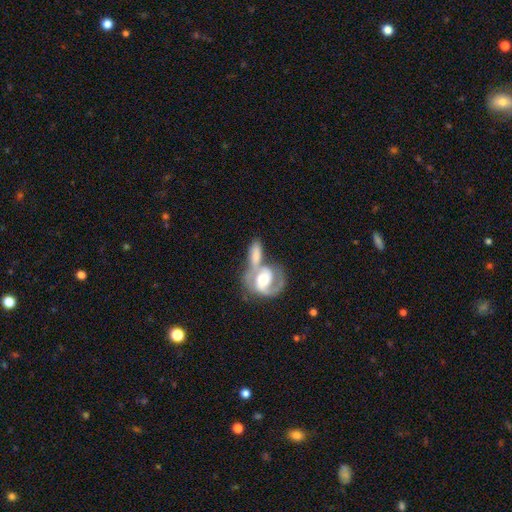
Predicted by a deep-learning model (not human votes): smooth_or_featured: featured or disk (p=0.61) [alt: smooth p=0.33]
disk_edge_on: no (p=0.93) [alt: yes p=0.07]
bar: no (p=0.44) [alt: weak p=0.37]
has_spiral_arms: yes (p=0.85) [alt: no p=0.15]
bulge_size: moderate (p=0.61) [alt: small p=0.19]
merging: merger (p=0.58) [alt: none p=0.25]